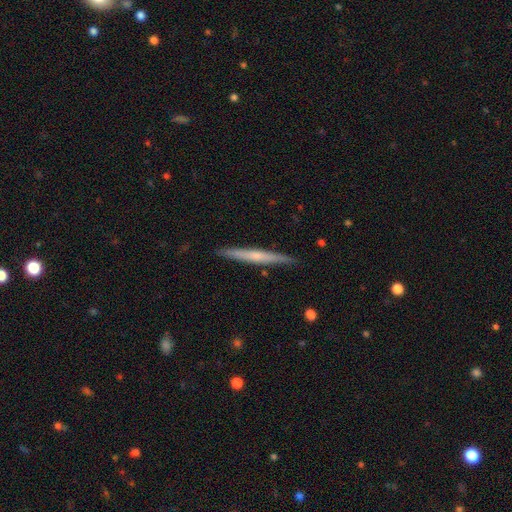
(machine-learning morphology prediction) Smooth or featured? Predicted: featured or disk (p=0.50). Edge-on disk? Predicted: yes (p=0.97). Merging? Predicted: none (p=0.90).